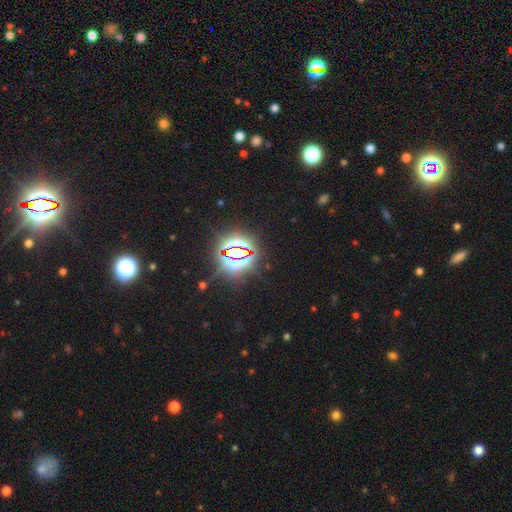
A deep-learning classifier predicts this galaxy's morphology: star or artifact 82%, smooth 12%, featured or disk 7%.